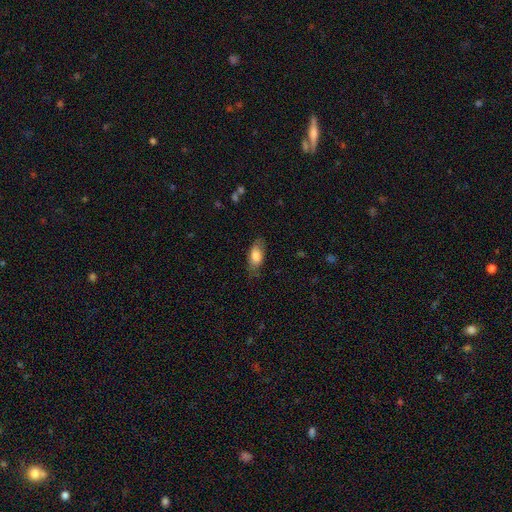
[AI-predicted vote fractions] A smooth galaxy with no disk features (78%) that is in between round and cigar-shaped (85%).

Vote fractions:
- Smooth or featured? smooth: 78% / featured or disk: 16% / star or artifact: 7%
- How rounded? in between: 85% / cigar-shaped: 12% / round: 4%
- Merging? none: 71% / minor disturbance: 21% / major disturbance: 7% / merger: 1%